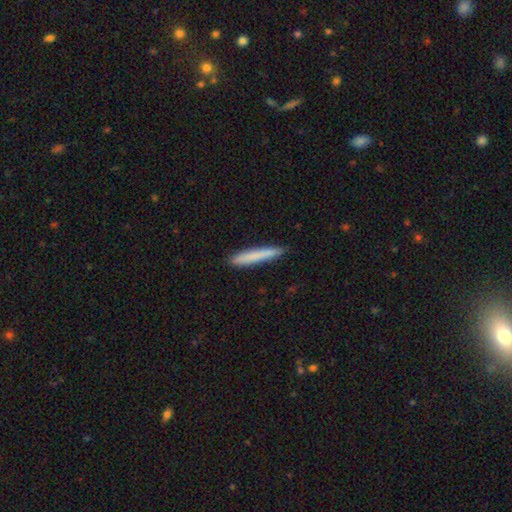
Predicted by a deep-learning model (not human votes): Morphology: type=smooth (78%); roundness=cigar-shaped (96%); merging=none (89%).